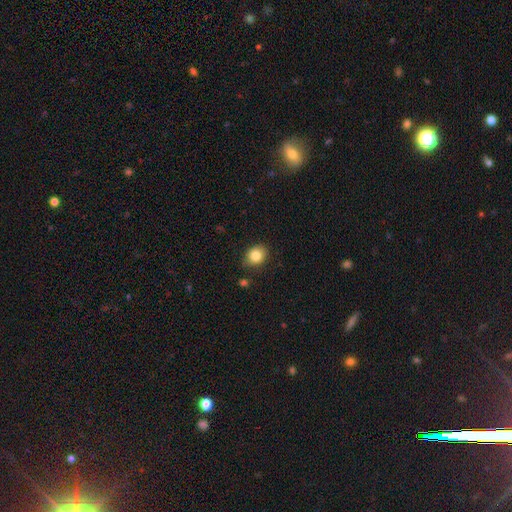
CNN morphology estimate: Smooth or featured? Predicted: smooth (p=0.85). How rounded? Predicted: in between (p=0.52). Merging? Predicted: none (p=0.82).